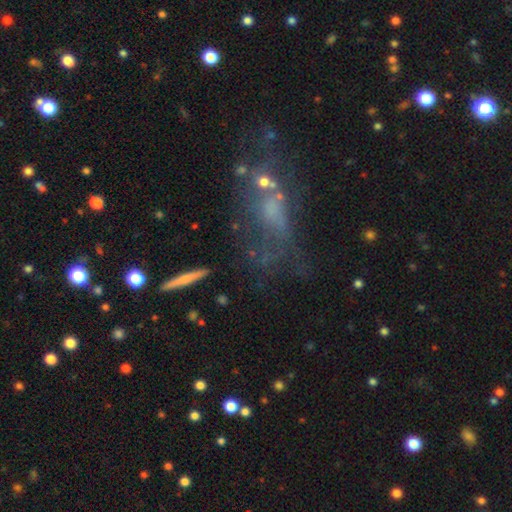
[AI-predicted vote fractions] Overall: featured or disk (43%; smooth 31%). Merging: none (40%; major disturbance 28%).